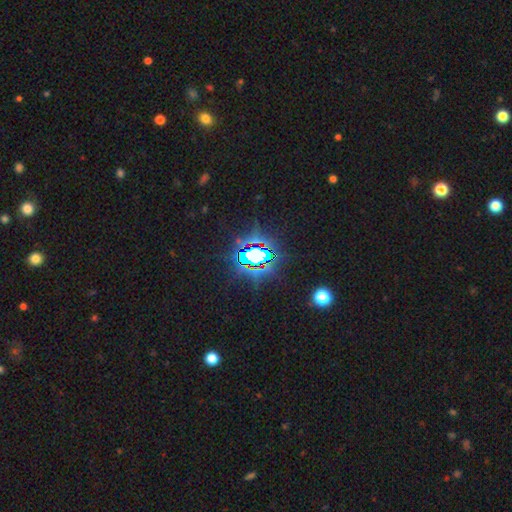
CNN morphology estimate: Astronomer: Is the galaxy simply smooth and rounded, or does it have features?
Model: star or artifact — 77%.